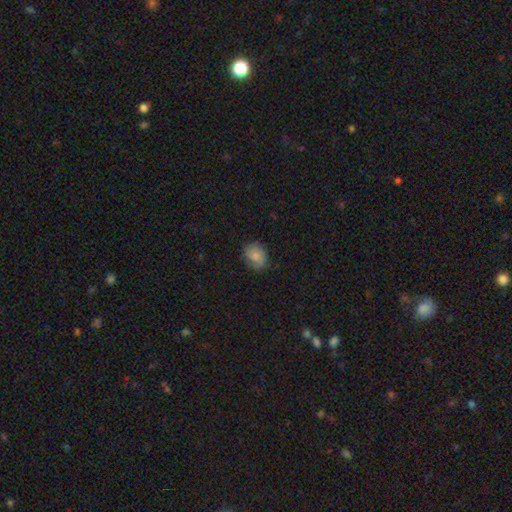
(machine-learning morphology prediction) smooth_or_featured: smooth (p=0.72) [alt: featured or disk p=0.20]
how_rounded: round (p=0.52) [alt: in between p=0.47]
merging: none (p=0.76) [alt: minor disturbance p=0.18]